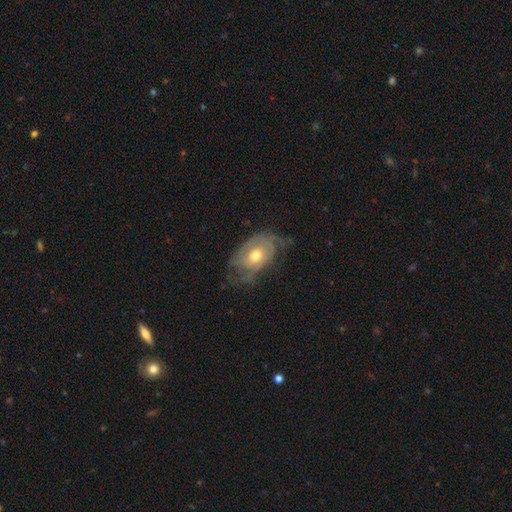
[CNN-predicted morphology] Q: Smooth or featured?
A: featured or disk (65%); runner-up: smooth (28%)
Q: Edge-on disk?
A: no (94%); runner-up: yes (6%)
Q: Bar?
A: no (81%); runner-up: weak (16%)
Q: Spiral arms?
A: yes (71%); runner-up: no (29%)
Q: Bulge size?
A: moderate (71%); runner-up: small (20%)
Q: Merging?
A: none (48%); runner-up: minor disturbance (30%)